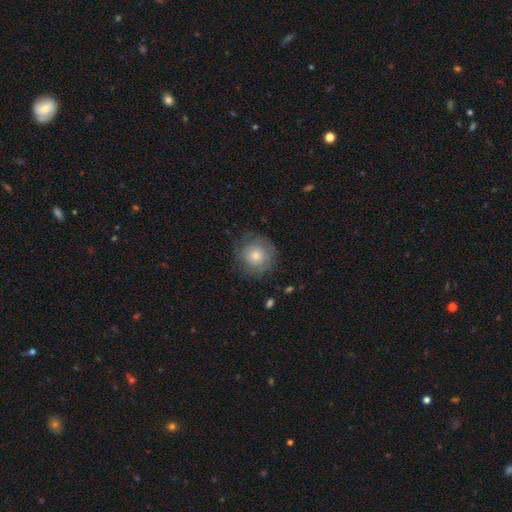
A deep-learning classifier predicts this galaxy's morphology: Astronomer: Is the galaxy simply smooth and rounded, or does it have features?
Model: smooth — 56% (runner-up: featured or disk, 33%).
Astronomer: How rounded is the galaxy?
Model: round — 93%.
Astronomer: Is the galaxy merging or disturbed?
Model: none — 79%.